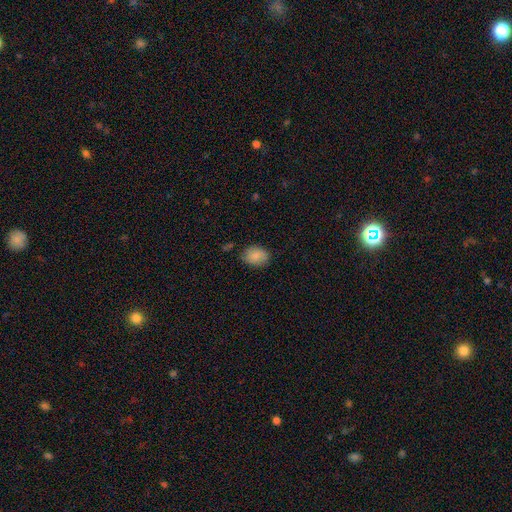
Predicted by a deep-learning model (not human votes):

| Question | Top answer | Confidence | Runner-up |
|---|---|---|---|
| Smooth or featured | smooth | 82% | featured or disk (11%) |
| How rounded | in between | 69% | round (30%) |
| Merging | none | 79% | minor disturbance (16%) |